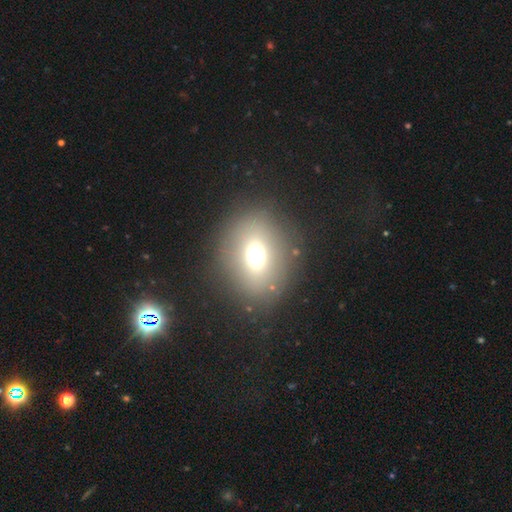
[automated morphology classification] Smooth or featured: smooth — 65% (star or artifact — 20%)
How rounded: round — 58% (in between — 40%)
Merging: none — 83% (minor disturbance — 9%)